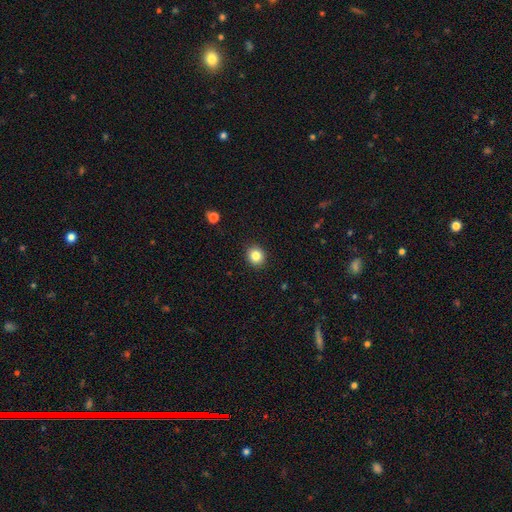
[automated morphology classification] This is clearly a smooth galaxy (84%). How rounded: likely round (79%). Merging: clearly none (91%).